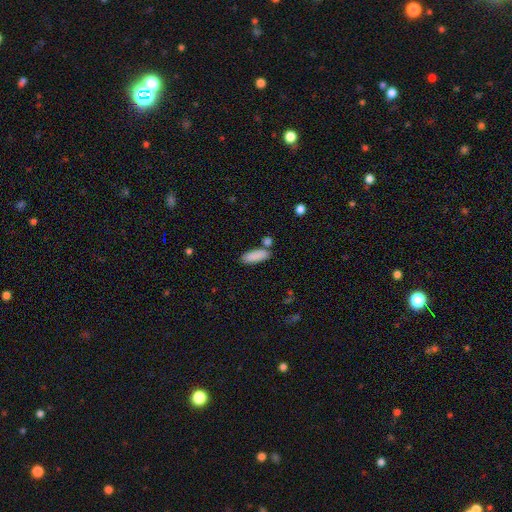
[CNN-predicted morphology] Q: Smooth or featured?
A: smooth (88%); runner-up: star or artifact (7%)
Q: How rounded?
A: in between (68%); runner-up: cigar-shaped (30%)
Q: Merging?
A: none (72%); runner-up: merger (13%)